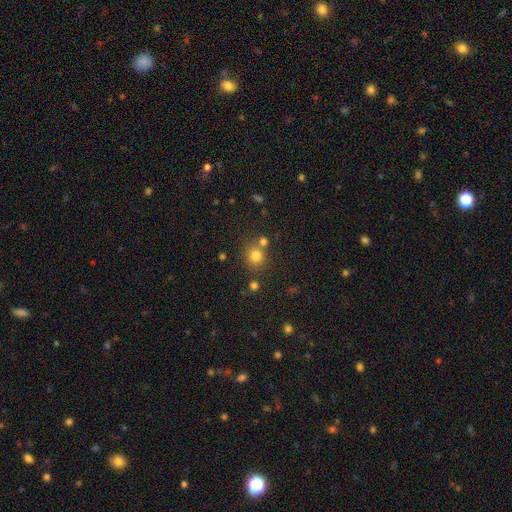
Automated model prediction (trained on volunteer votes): A smooth galaxy with no disk features (78%) that is round (85%). Merging: none (68%).